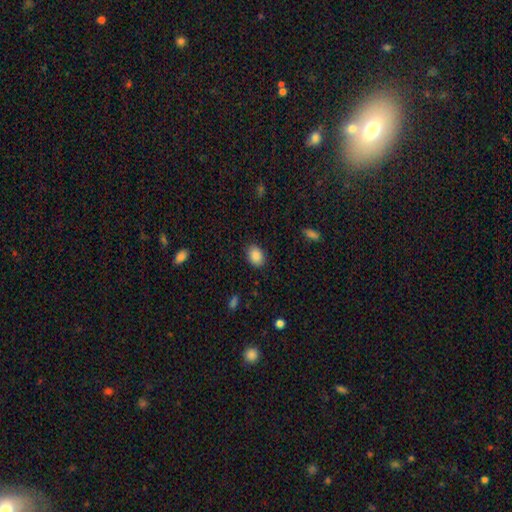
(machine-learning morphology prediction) A smooth galaxy with no disk features (87%) that is in between round and cigar-shaped (72%). Merging: none (87%).